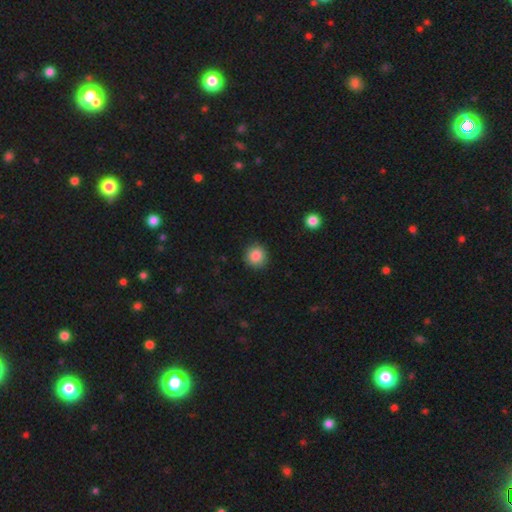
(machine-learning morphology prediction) type=smooth (87%); roundness=round (93%); merging=none (91%).